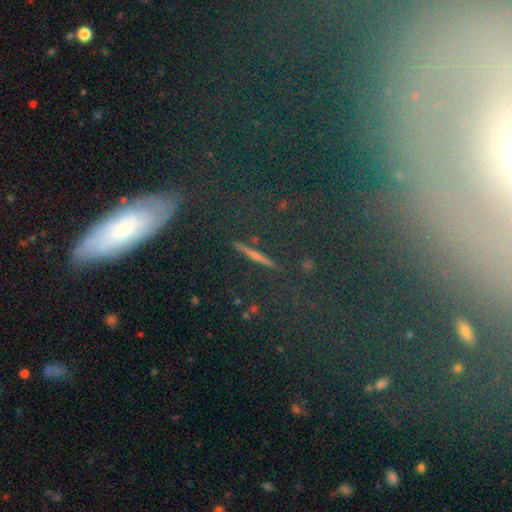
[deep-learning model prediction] This appears to be a star or artifact, not a galaxy (37%).